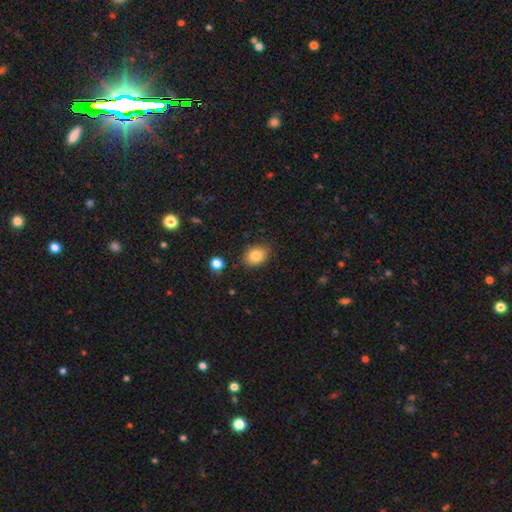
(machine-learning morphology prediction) smooth 83%, star or artifact 9%, featured or disk 8%. Down the decision tree: how rounded — in between (61%); merging — none (84%).